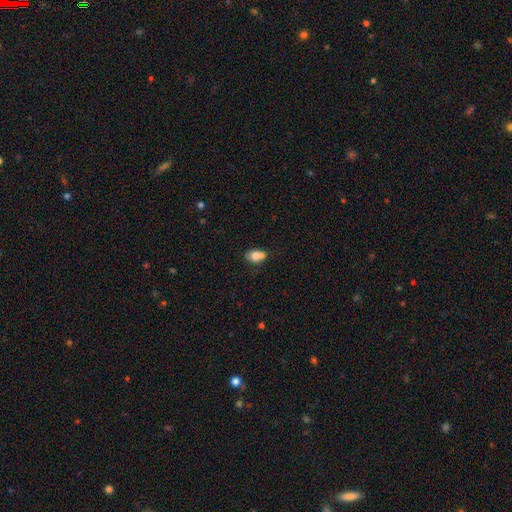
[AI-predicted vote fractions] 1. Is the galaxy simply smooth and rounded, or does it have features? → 75% smooth, 16% featured or disk, 9% star or artifact.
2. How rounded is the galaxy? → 68% in between, 30% round, 2% cigar-shaped.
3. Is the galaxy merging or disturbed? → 43% none, 31% merger, 20% minor disturbance, 6% major disturbance.